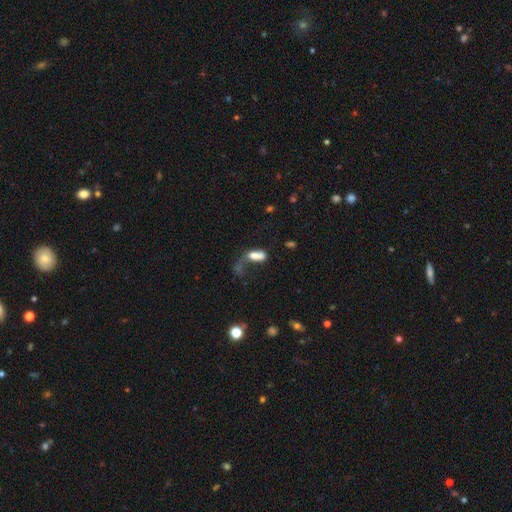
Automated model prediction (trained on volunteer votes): Smooth or featured? Predicted: smooth (p=0.60). How rounded? Predicted: in between (p=0.76). Merging? Predicted: major disturbance (p=0.49).